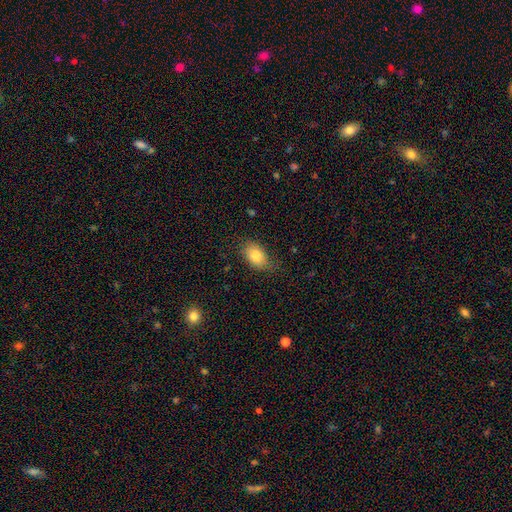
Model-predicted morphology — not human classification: Overall: smooth (81%). How rounded: in between (88%). Merging: none (72%).